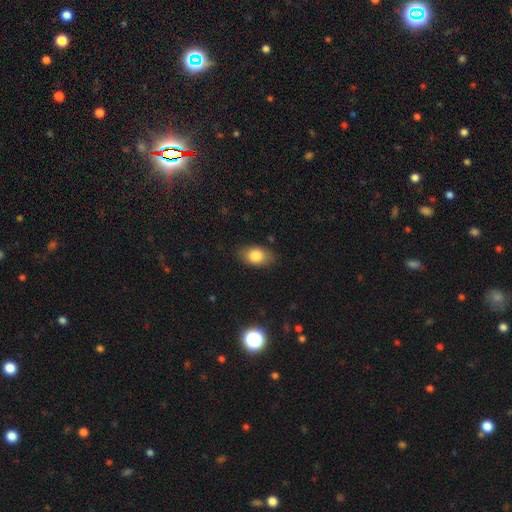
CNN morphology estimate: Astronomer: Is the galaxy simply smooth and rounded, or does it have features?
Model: smooth — 82%.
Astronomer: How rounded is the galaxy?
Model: in between — 88%.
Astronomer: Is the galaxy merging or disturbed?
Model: none — 84%.